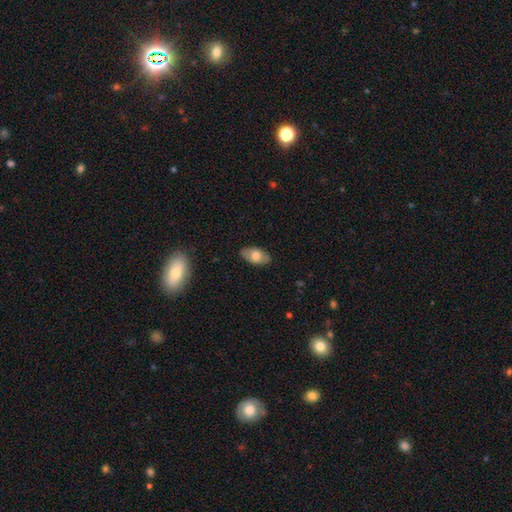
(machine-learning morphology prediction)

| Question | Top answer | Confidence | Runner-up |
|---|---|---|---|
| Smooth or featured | smooth | 69% | featured or disk (25%) |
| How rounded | in between | 93% | round (4%) |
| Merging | none | 85% | minor disturbance (12%) |